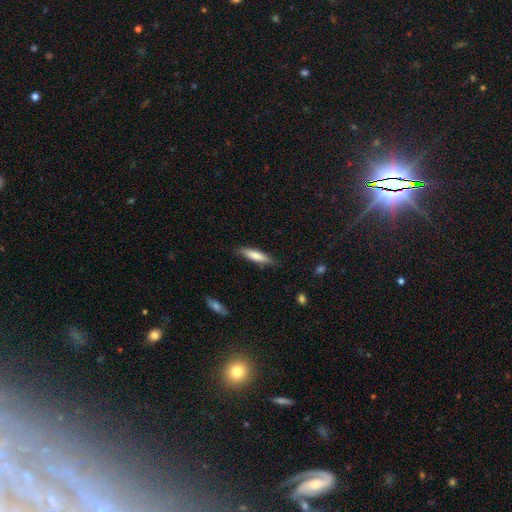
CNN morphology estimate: smooth 77%, featured or disk 17%, star or artifact 5%. Down the decision tree: how rounded — cigar-shaped (74%); merging — none (84%).